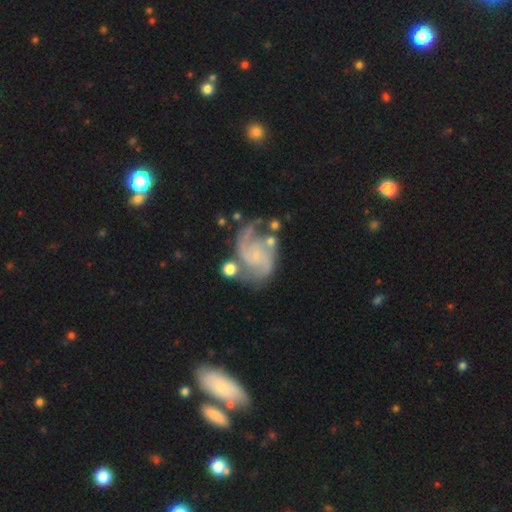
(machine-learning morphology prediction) featured or disk 89%, smooth 6%, star or artifact 5%. Down the decision tree: edge-on disk — no (98%); bar — no (63%); spiral arms — yes (97%); spiral arm count — 2 (80%); spiral winding — medium (52%); bulge size — small (68%); merging — none (54%).